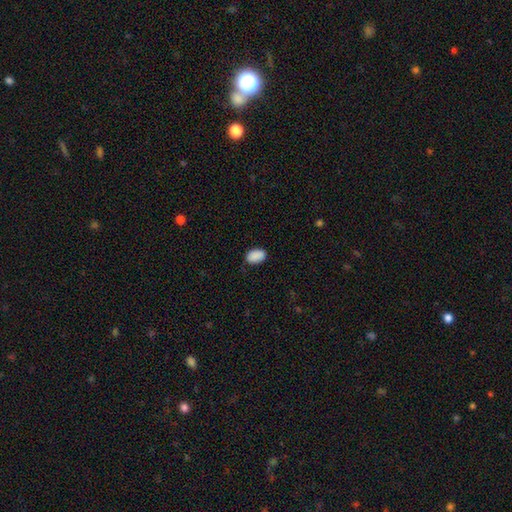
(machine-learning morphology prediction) type=smooth (89%); roundness=in between (90%); merging=none (78%).